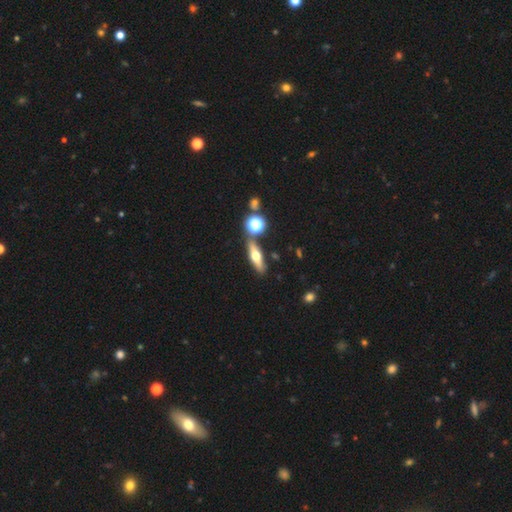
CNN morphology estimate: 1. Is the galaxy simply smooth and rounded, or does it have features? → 48% featured or disk, 43% smooth, 9% star or artifact.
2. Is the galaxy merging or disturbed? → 80% none, 10% minor disturbance, 8% merger, 3% major disturbance.